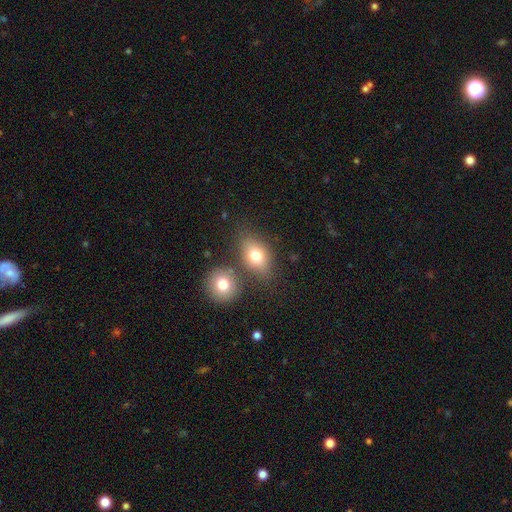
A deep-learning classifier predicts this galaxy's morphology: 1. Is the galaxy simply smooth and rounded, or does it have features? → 75% smooth, 15% featured or disk, 11% star or artifact.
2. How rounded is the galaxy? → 69% in between, 28% round, 2% cigar-shaped.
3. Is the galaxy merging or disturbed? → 62% none, 20% merger, 13% minor disturbance, 5% major disturbance.